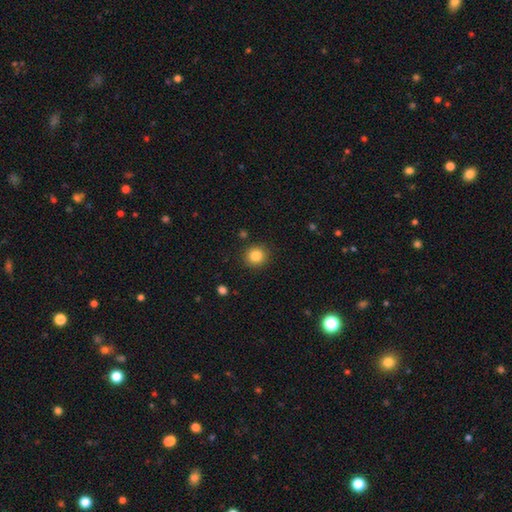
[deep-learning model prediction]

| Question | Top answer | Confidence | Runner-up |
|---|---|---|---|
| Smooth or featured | smooth | 85% | star or artifact (10%) |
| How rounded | round | 91% | in between (8%) |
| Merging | none | 89% | minor disturbance (7%) |